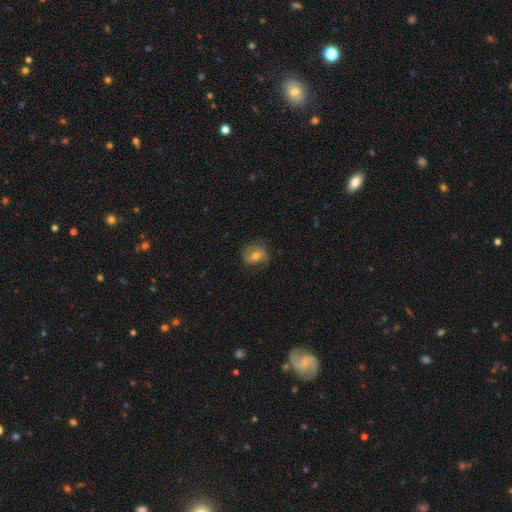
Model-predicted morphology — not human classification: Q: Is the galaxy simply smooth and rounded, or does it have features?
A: smooth — 48%.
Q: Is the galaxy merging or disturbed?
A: none — 65%.